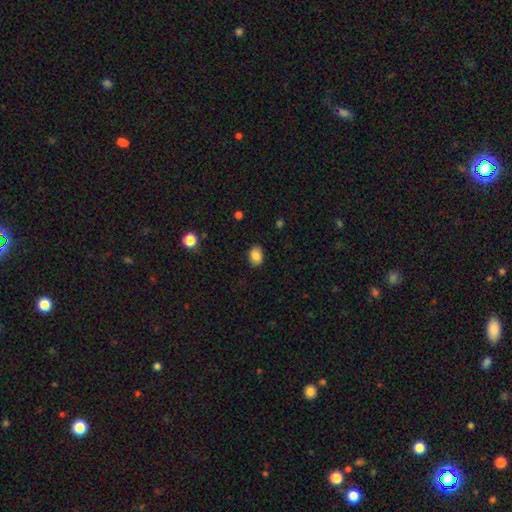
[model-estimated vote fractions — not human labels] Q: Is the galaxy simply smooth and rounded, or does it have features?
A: smooth — 86%.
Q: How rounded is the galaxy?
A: in between — 72%.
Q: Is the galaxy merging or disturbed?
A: none — 87%.